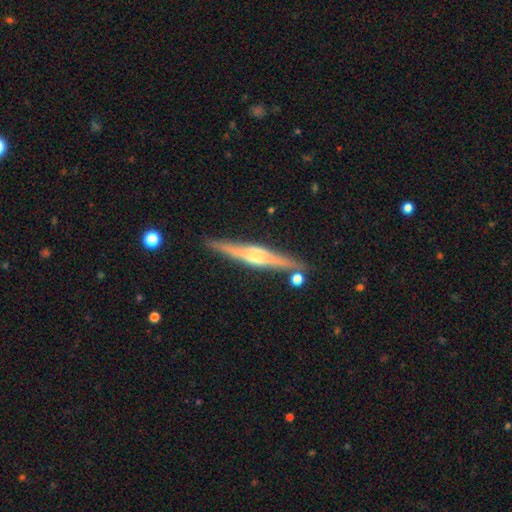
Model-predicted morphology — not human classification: Smooth or featured: featured or disk — 78% (smooth — 16%)
Edge-on disk: yes — 98% (no — 2%)
Edge-on bulge: rounded — 78% (boxy — 17%)
Merging: none — 86% (minor disturbance — 9%)